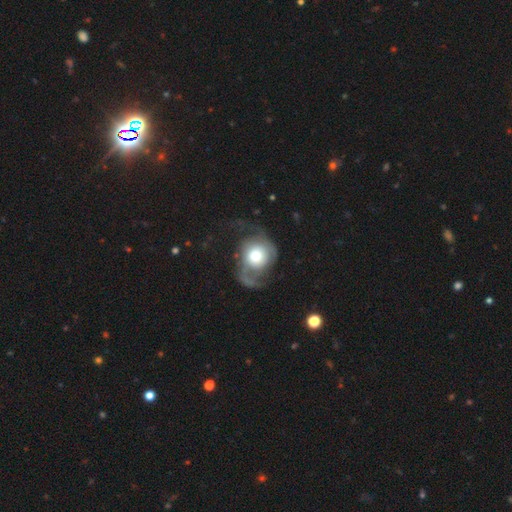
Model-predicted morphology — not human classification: featured or disk 59%, smooth 35%, star or artifact 7%. Down the decision tree: edge-on disk — no (96%); bar — no (81%); spiral arms — yes (74%); bulge size — moderate (59%); merging — major disturbance (45%).